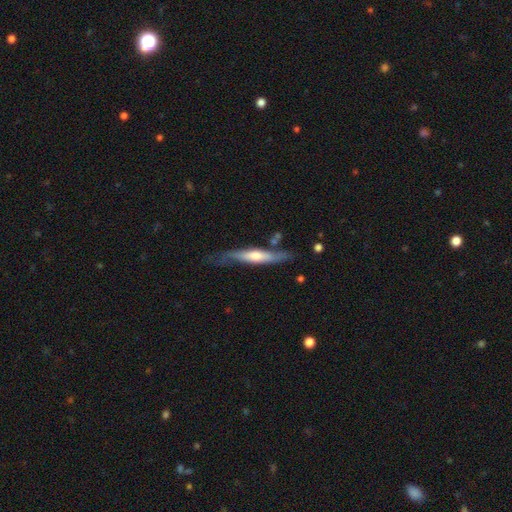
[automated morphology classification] smooth-or-featured: featured or disk: 58% | smooth: 37% | star or artifact: 5%
  disk-edge-on: yes: 86% | no: 14%
  merging: none: 61% | minor disturbance: 25% | major disturbance: 9% | merger: 5%